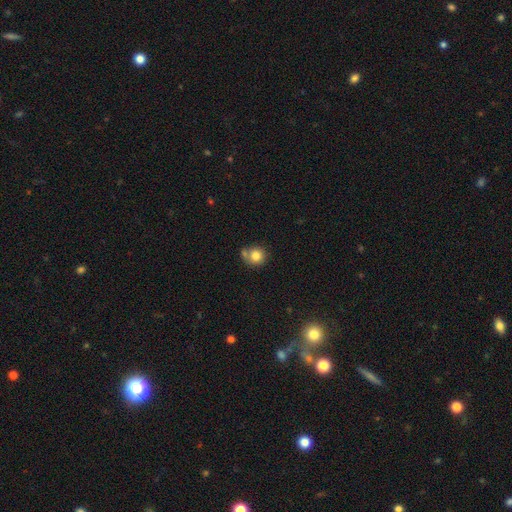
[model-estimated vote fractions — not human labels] smooth 82%, star or artifact 10%, featured or disk 9%. Down the decision tree: how rounded — round (89%); merging — none (57%).